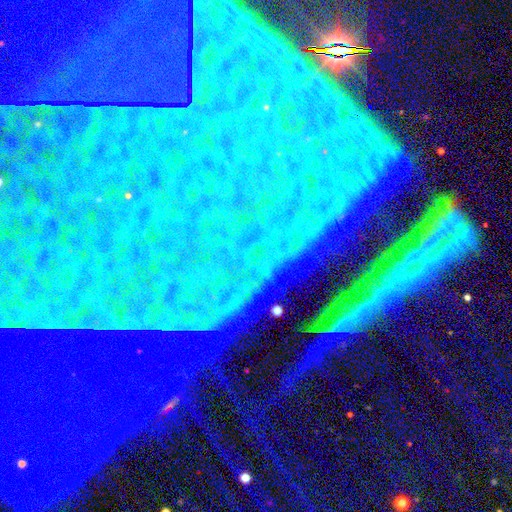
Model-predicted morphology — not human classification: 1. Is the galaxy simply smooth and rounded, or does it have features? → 86% star or artifact, 8% featured or disk, 6% smooth.